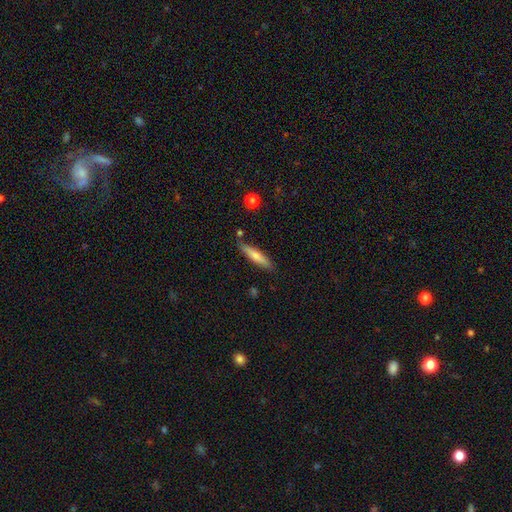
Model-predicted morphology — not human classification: Q: Smooth or featured?
A: smooth (67%); runner-up: featured or disk (27%)
Q: How rounded?
A: cigar-shaped (85%); runner-up: in between (14%)
Q: Merging?
A: none (82%); runner-up: minor disturbance (12%)